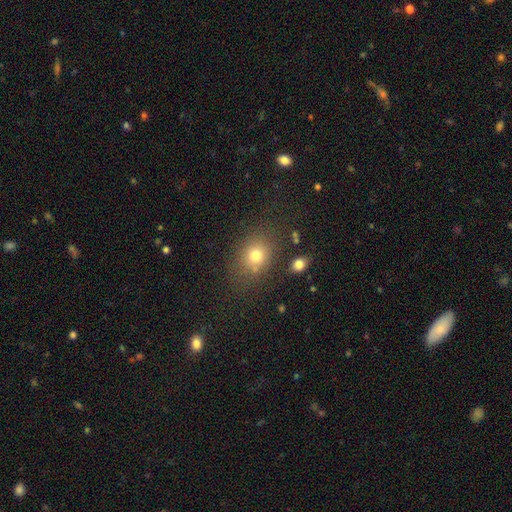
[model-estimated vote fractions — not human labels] The model was most divided on "how rounded": round: 54%, in between: 45%, cigar-shaped: 1%. More confident: smooth or featured — smooth (75%); merging — none (74%).